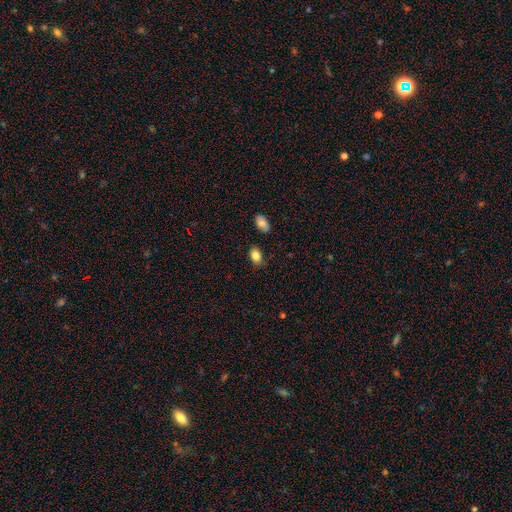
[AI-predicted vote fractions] smooth 83%, star or artifact 9%, featured or disk 8%. Down the decision tree: how rounded — in between (84%); merging — none (79%).